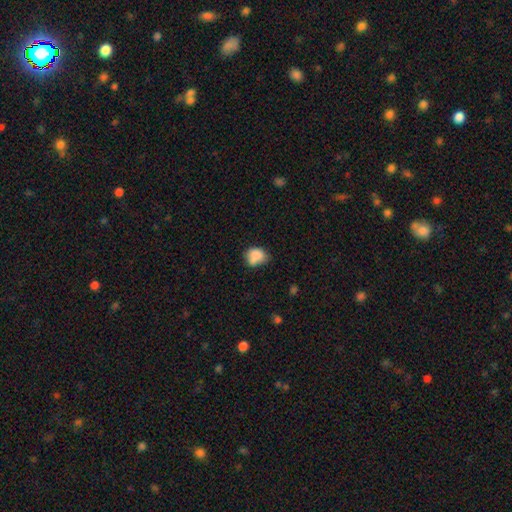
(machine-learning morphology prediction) Smooth or featured: smooth — 81% (featured or disk — 10%)
How rounded: in between — 50% (round — 49%)
Merging: none — 43% (minor disturbance — 31%)